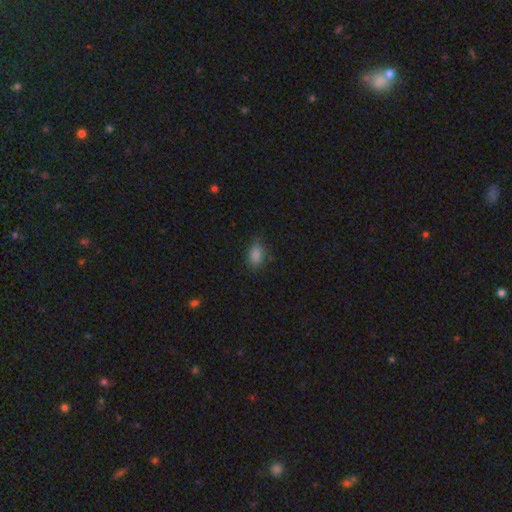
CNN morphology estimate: This appears to be a smooth galaxy with no disk features (85%) that is in between round and cigar-shaped (86%). Merging: none (74%).